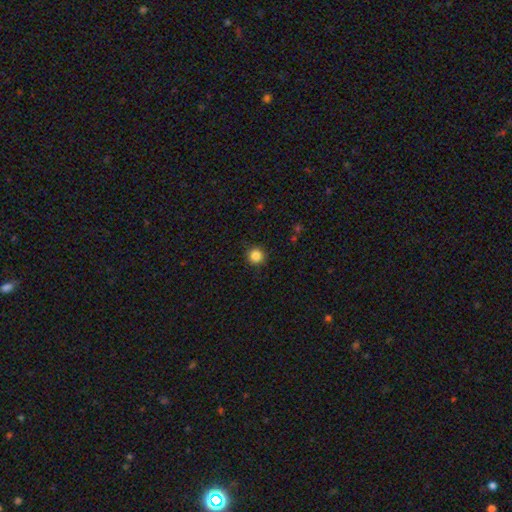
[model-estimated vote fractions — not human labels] smooth-or-featured: smooth: 85% | star or artifact: 11% | featured or disk: 4%
  how-rounded: round: 95% | in between: 4% | cigar-shaped: 1%
  merging: none: 91% | minor disturbance: 6% | major disturbance: 2% | merger: 1%